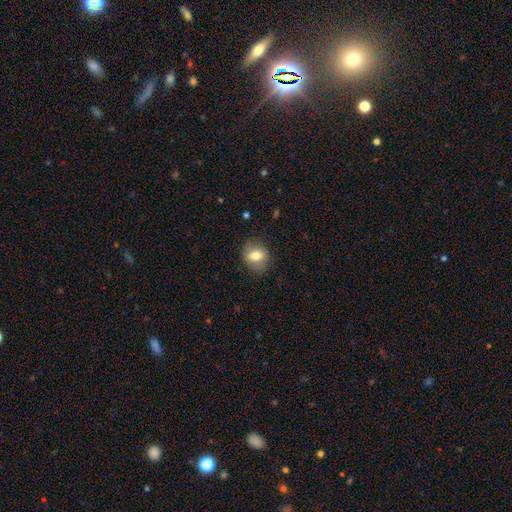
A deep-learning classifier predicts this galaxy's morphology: Smooth or featured? Predicted: smooth (p=0.71). How rounded? Predicted: in between (p=0.50). Merging? Predicted: none (p=0.81).